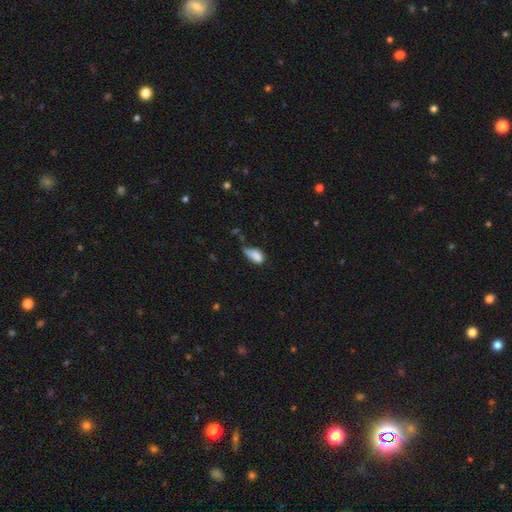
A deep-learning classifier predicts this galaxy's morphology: A smooth galaxy with no disk features (76%) that is in between round and cigar-shaped (87%).

Vote fractions:
- Smooth or featured? smooth: 76% / featured or disk: 14% / star or artifact: 10%
- How rounded? in between: 87% / round: 7% / cigar-shaped: 7%
- Merging? minor disturbance: 37% / major disturbance: 29% / none: 23% / merger: 11%